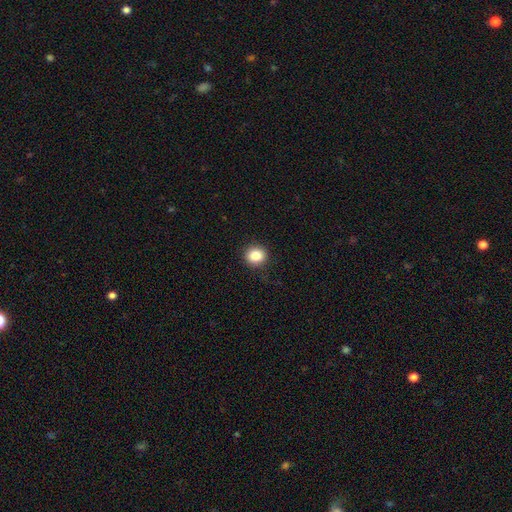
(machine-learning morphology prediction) smooth 84%, star or artifact 10%, featured or disk 5%. Down the decision tree: how rounded — round (84%); merging — none (90%).